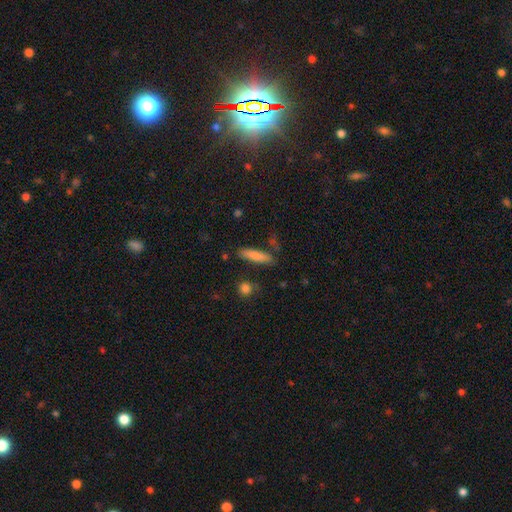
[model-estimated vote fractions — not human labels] Q: Smooth or featured?
A: smooth (81%); runner-up: featured or disk (12%)
Q: How rounded?
A: cigar-shaped (76%); runner-up: in between (22%)
Q: Merging?
A: none (78%); runner-up: minor disturbance (14%)